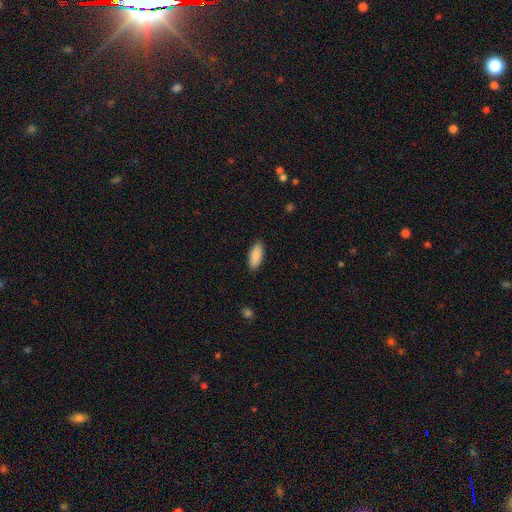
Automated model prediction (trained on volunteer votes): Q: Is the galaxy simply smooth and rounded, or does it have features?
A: smooth — 90%.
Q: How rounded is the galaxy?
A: in between — 82%.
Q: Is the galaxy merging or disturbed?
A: none — 89%.